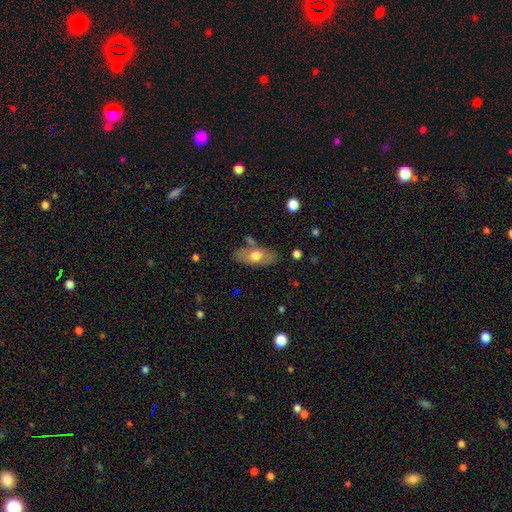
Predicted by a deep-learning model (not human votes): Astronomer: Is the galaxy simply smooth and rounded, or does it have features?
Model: smooth — 62%.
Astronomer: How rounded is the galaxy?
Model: in between — 84%.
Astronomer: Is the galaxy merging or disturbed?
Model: none — 74%.